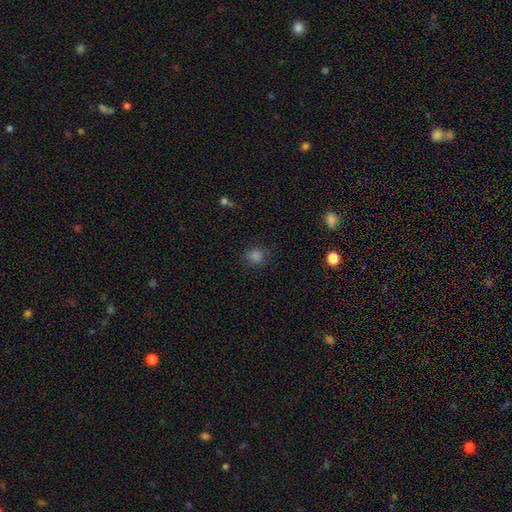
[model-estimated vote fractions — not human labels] Q: Smooth or featured?
A: smooth (76%); runner-up: star or artifact (19%)
Q: How rounded?
A: round (74%); runner-up: in between (25%)
Q: Merging?
A: none (83%); runner-up: minor disturbance (12%)